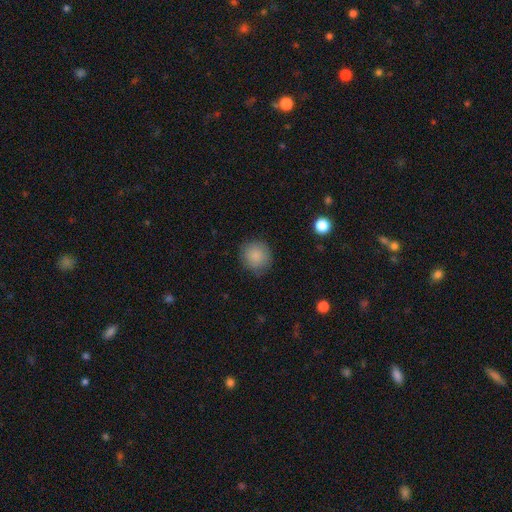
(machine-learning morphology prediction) type=smooth (87%); roundness=round (89%); merging=none (81%).